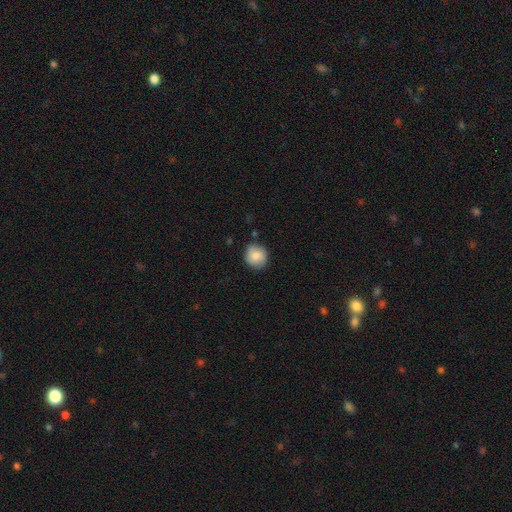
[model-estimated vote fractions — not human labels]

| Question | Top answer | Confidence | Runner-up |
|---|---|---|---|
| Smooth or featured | smooth | 82% | featured or disk (10%) |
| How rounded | round | 87% | in between (12%) |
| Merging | none | 83% | minor disturbance (12%) |